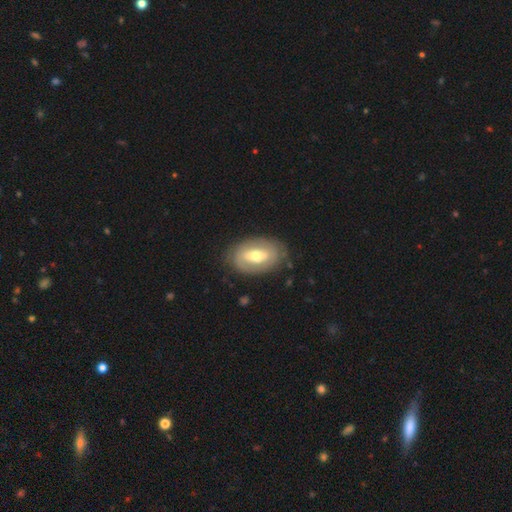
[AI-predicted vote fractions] Smooth or featured?
  - featured or disk: 61% *
  - smooth: 34%
  - star or artifact: 5%
Edge-on disk?
  - no: 93% *
  - yes: 7%
Bar?
  - no: 39% *
  - weak: 36%
  - strong: 26%
Spiral arms?
  - no: 51% *
  - yes: 49%
Bulge size?
  - moderate: 66% *
  - small: 25%
  - large: 7%
  - dominant: 1%
  - none: 1%
Merging?
  - none: 79% *
  - minor disturbance: 14%
  - major disturbance: 5%
  - merger: 1%